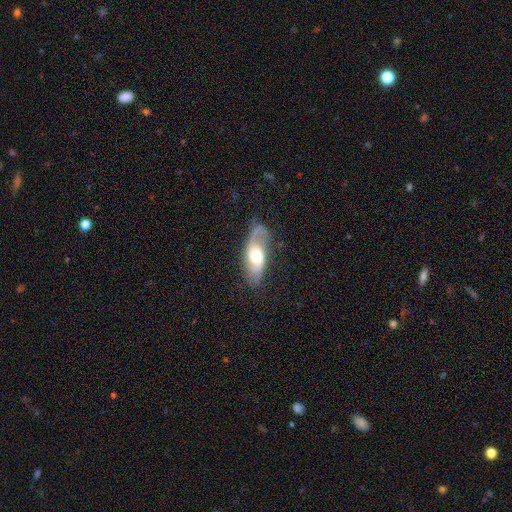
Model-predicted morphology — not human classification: Smooth or featured? featured or disk (71%)
Edge-on disk? no (87%)
Bar? no (56%)
Spiral arms? yes (90%)
Spiral winding? loose (47%)
Spiral arm count? 2 (74%)
Bulge size? moderate (48%)
Merging? none (66%)